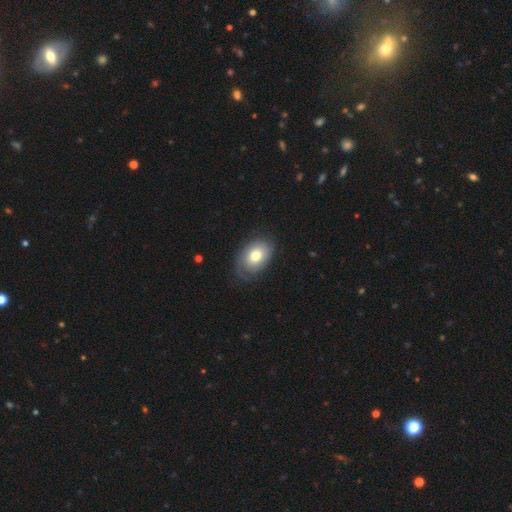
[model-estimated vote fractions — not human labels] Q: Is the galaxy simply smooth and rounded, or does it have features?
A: smooth — 57%.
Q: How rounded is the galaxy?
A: in between — 80%.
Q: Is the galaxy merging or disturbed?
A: none — 68%.